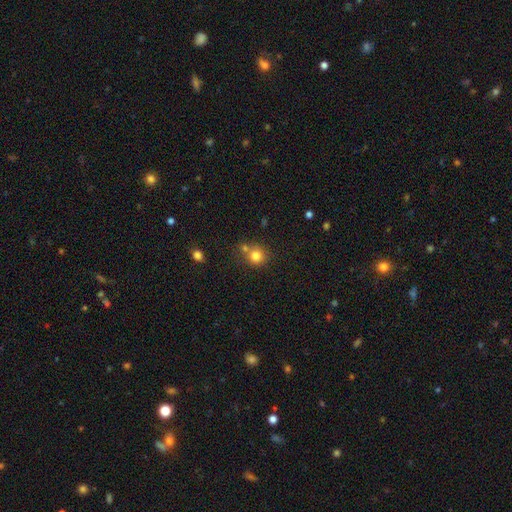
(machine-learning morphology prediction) Q: Smooth or featured?
A: smooth (79%); runner-up: star or artifact (12%)
Q: How rounded?
A: round (89%); runner-up: in between (10%)
Q: Merging?
A: none (61%); runner-up: merger (26%)